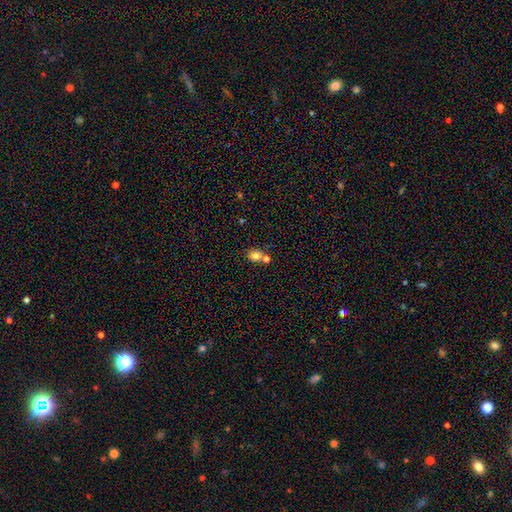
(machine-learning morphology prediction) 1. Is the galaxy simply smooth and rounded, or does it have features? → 80% smooth, 12% star or artifact, 8% featured or disk.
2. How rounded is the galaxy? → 55% round, 44% in between, 1% cigar-shaped.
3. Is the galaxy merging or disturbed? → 53% none, 33% merger, 10% minor disturbance, 4% major disturbance.